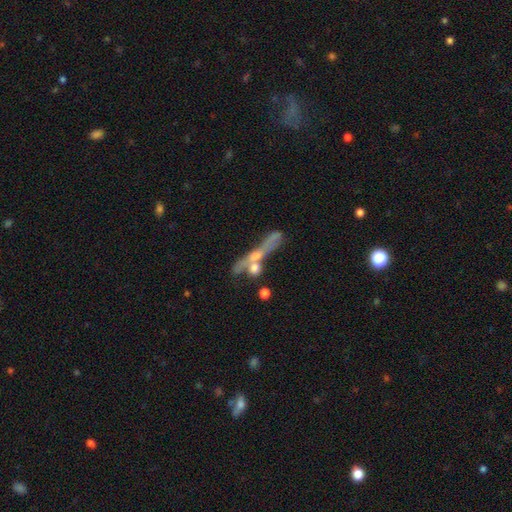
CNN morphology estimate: The model was most divided on "merging": none: 39%, merger: 34%, major disturbance: 14%, minor disturbance: 13%. More confident: edge-on disk — yes (59%); smooth or featured — featured or disk (51%).